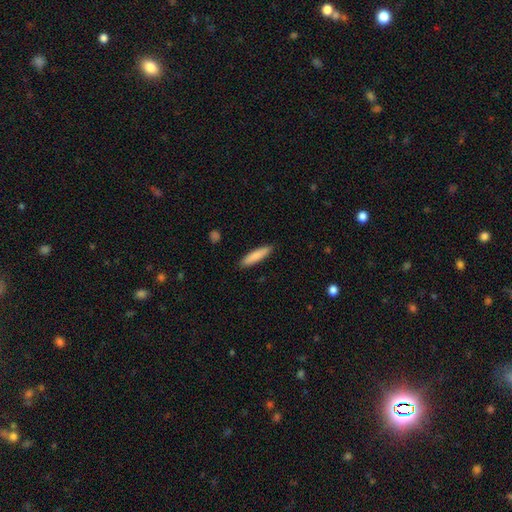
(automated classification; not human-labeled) Smooth or featured? Predicted: smooth (p=0.85). How rounded? Predicted: cigar-shaped (p=0.80). Merging? Predicted: none (p=0.89).